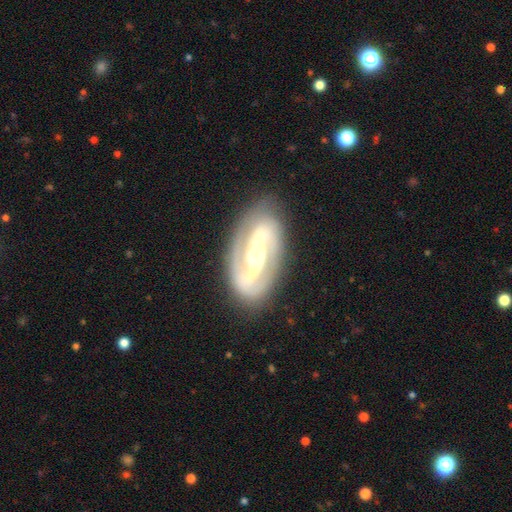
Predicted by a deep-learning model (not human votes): A featured or disk galaxy (89%) with a strong bar (68%), 2 (93%) medium (51%) spiral arms (93%) and a moderate central bulge (56%). Merging: none (82%).